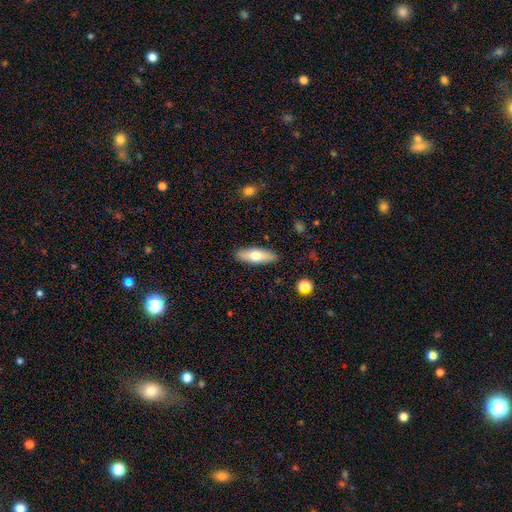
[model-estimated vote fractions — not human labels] smooth_or_featured: smooth (p=0.66) [alt: featured or disk p=0.28]
how_rounded: in between (p=0.57) [alt: cigar-shaped p=0.41]
merging: none (p=0.88) [alt: minor disturbance p=0.08]